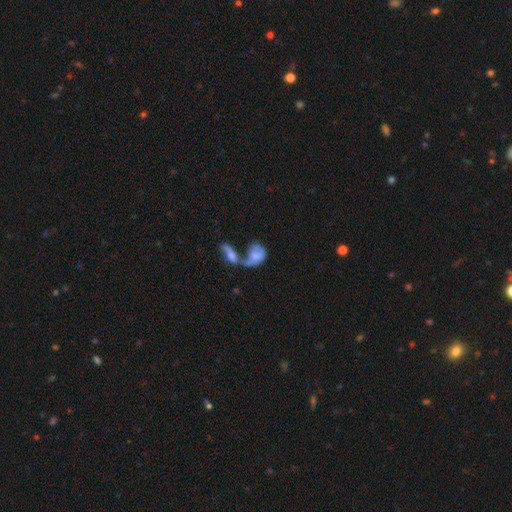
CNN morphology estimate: The model was most divided on "smooth or featured": smooth: 52%, featured or disk: 39%, star or artifact: 8%. More confident: how rounded — in between (73%); merging — merger (72%).